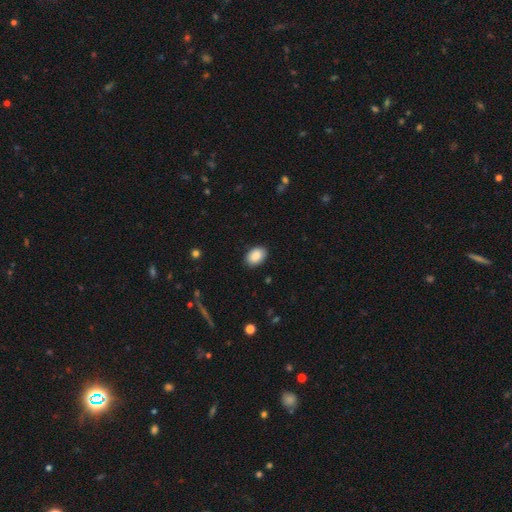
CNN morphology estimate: Smooth or featured? Predicted: smooth (p=0.89). How rounded? Predicted: in between (p=0.85). Merging? Predicted: none (p=0.89).